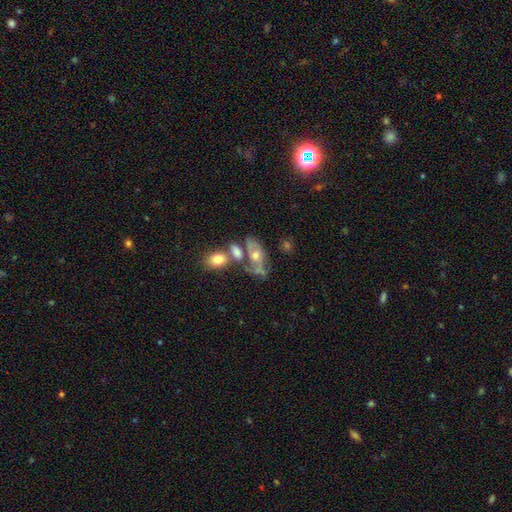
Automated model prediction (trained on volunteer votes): Smooth or featured?
  - featured or disk: 59% *
  - smooth: 31%
  - star or artifact: 10%
Edge-on disk?
  - no: 93% *
  - yes: 7%
Bar?
  - no: 73% *
  - weak: 21%
  - strong: 5%
Spiral arms?
  - yes: 67% *
  - no: 33%
Bulge size?
  - moderate: 58% *
  - small: 24%
  - large: 10%
  - none: 5%
  - dominant: 2%
Merging?
  - merger: 33% *
  - none: 30%
  - minor disturbance: 19%
  - major disturbance: 18%